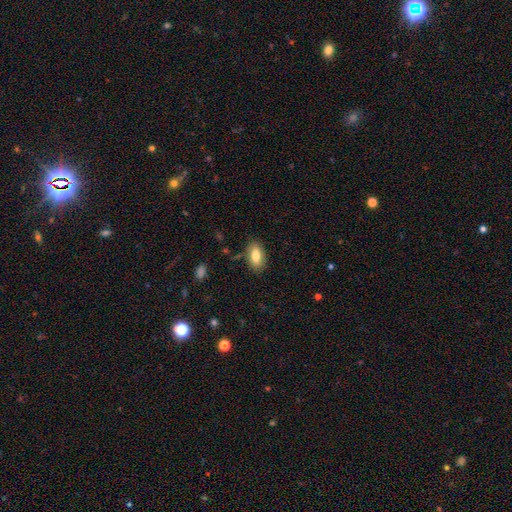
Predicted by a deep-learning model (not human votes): This appears to be a smooth galaxy with no disk features (82%) that is in between round and cigar-shaped (91%). Merging: none (84%).